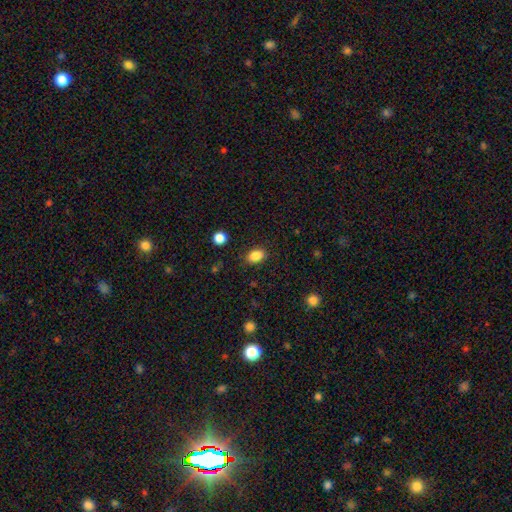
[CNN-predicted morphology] smooth 86%, star or artifact 9%, featured or disk 5%. Down the decision tree: how rounded — in between (78%); merging — none (86%).